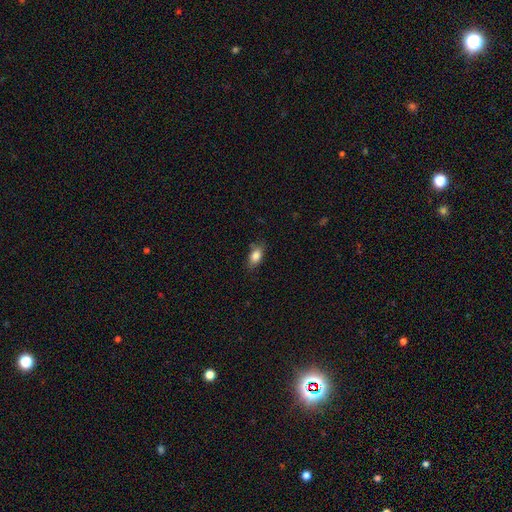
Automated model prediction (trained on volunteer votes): This is clearly a smooth galaxy (84%). How rounded: clearly in between (87%). Merging: likely none (78%).